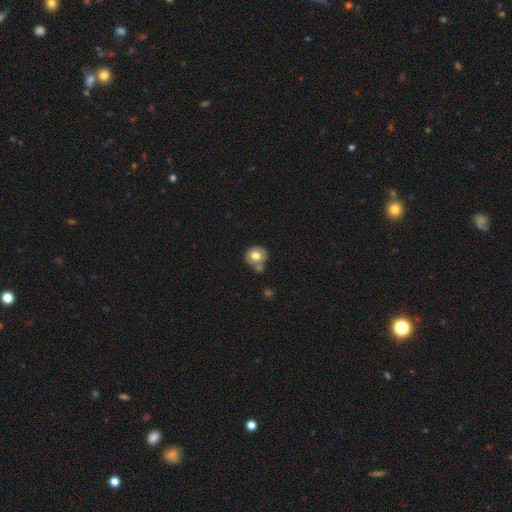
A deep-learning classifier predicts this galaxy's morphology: Q: Smooth or featured?
A: smooth (74%); runner-up: featured or disk (17%)
Q: How rounded?
A: round (83%); runner-up: in between (16%)
Q: Merging?
A: none (61%); runner-up: merger (20%)